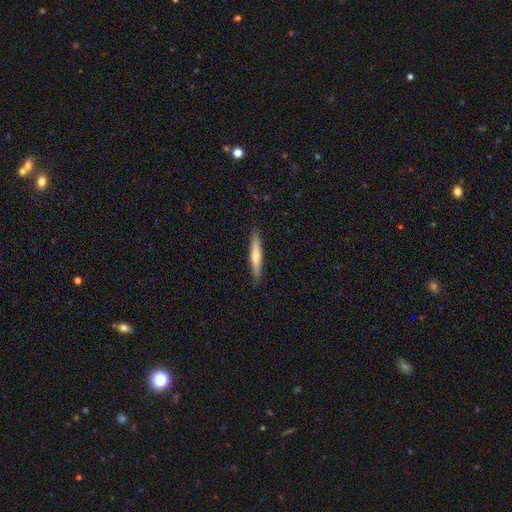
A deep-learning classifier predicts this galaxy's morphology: Smooth or featured?
  - smooth: 63% *
  - featured or disk: 32%
  - star or artifact: 6%
How rounded?
  - cigar-shaped: 92% *
  - in between: 7%
  - round: 1%
Merging?
  - none: 90% *
  - minor disturbance: 8%
  - major disturbance: 2%
  - merger: 1%